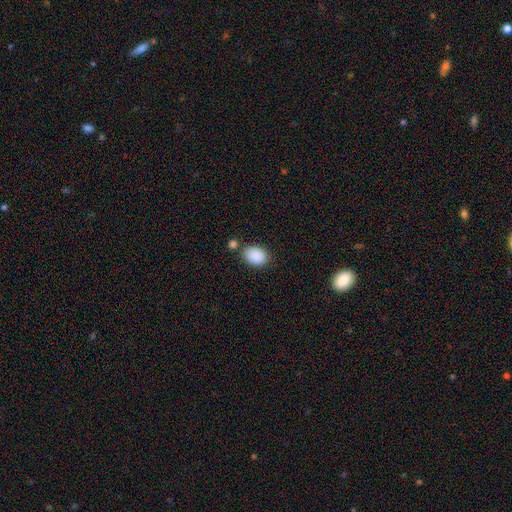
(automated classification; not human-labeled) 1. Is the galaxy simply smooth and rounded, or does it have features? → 89% smooth, 8% star or artifact, 3% featured or disk.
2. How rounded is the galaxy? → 78% in between, 21% round, 1% cigar-shaped.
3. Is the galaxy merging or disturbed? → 73% none, 14% minor disturbance, 10% merger, 4% major disturbance.